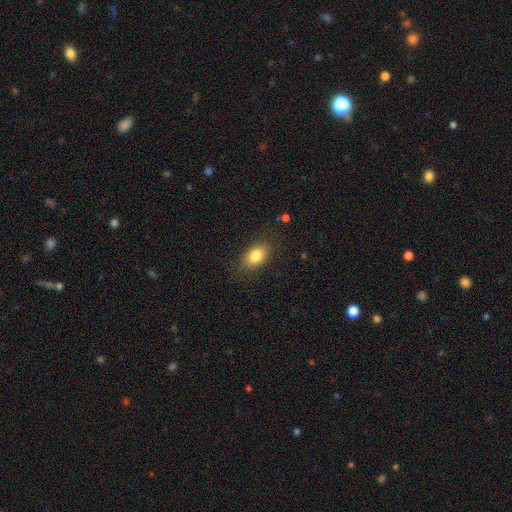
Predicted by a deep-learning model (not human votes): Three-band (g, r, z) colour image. It shows a smooth galaxy with no disk features (82%) that is in between round and cigar-shaped (82%). Merging: none (82%).